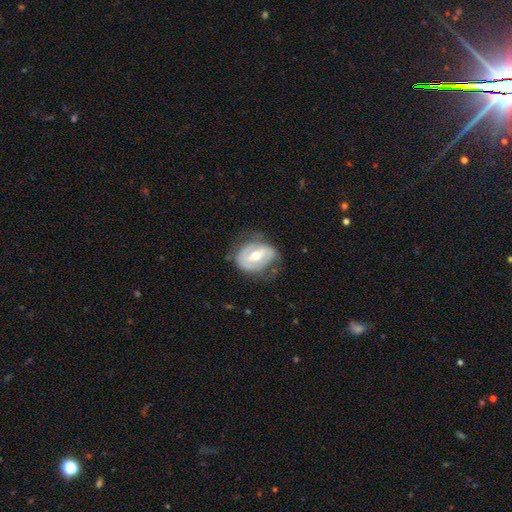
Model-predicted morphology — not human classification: Q: Smooth or featured?
A: featured or disk (71%); runner-up: smooth (24%)
Q: Edge-on disk?
A: no (95%); runner-up: yes (5%)
Q: Bar?
A: strong (44%); runner-up: weak (38%)
Q: Spiral arms?
A: yes (62%); runner-up: no (38%)
Q: Bulge size?
A: moderate (70%); runner-up: small (23%)
Q: Merging?
A: none (59%); runner-up: minor disturbance (26%)